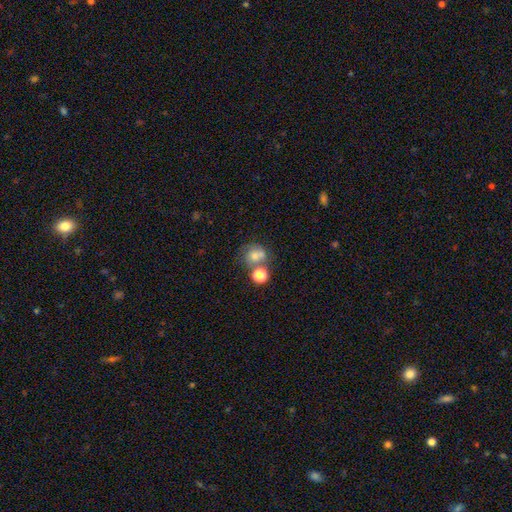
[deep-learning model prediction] smooth_or_featured: smooth (p=0.63) [alt: featured or disk p=0.23]
how_rounded: round (p=0.73) [alt: in between p=0.26]
merging: merger (p=0.38) [tied with: none p=0.38]